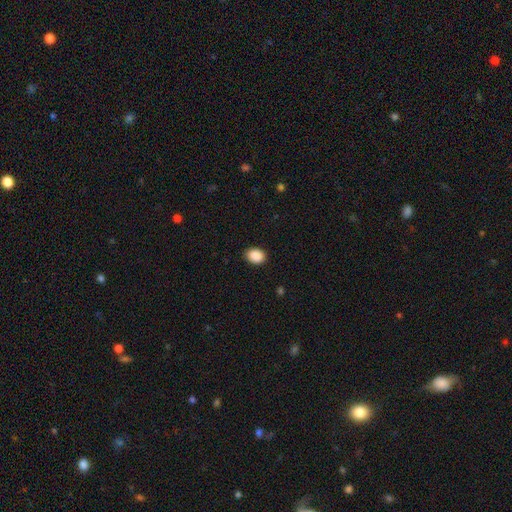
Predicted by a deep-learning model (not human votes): smooth_or_featured: smooth (p=0.90) [alt: star or artifact p=0.08]
how_rounded: in between (p=0.68) [alt: round p=0.31]
merging: none (p=0.88) [alt: minor disturbance p=0.09]